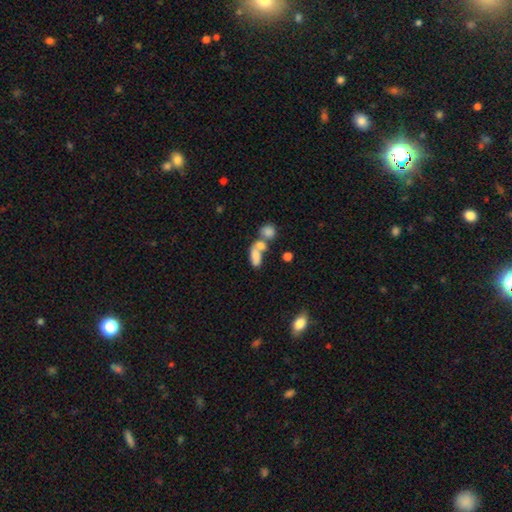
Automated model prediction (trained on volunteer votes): Smooth or featured? smooth (72%)
How rounded? in between (84%)
Merging? merger (61%)